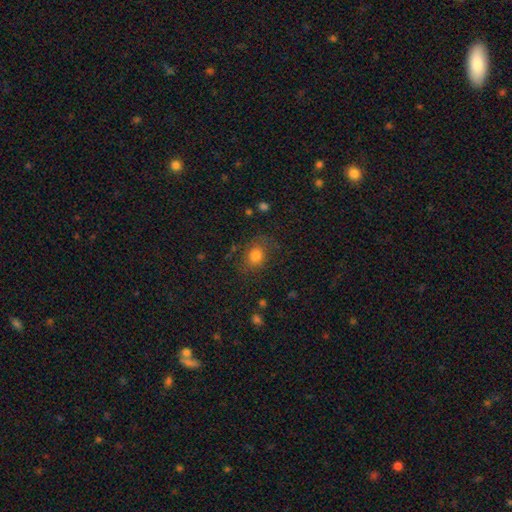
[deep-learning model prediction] The model was most divided on "how rounded": round: 56%, in between: 43%, cigar-shaped: 1%. More confident: smooth or featured — smooth (78%); merging — none (70%).